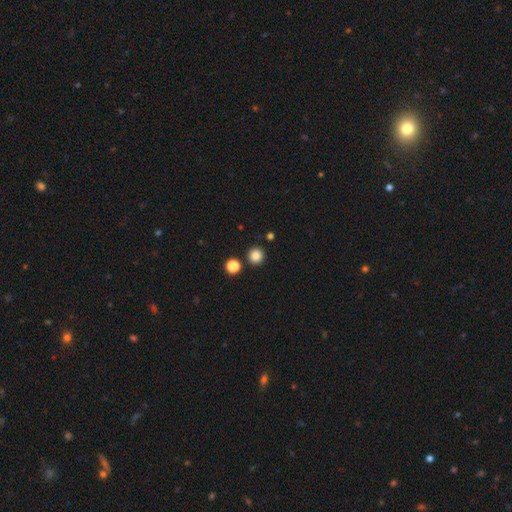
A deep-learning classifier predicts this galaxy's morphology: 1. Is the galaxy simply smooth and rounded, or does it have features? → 84% smooth, 12% star or artifact, 4% featured or disk.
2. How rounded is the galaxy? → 95% round, 4% in between, 1% cigar-shaped.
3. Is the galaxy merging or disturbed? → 89% none, 5% minor disturbance, 4% merger, 2% major disturbance.